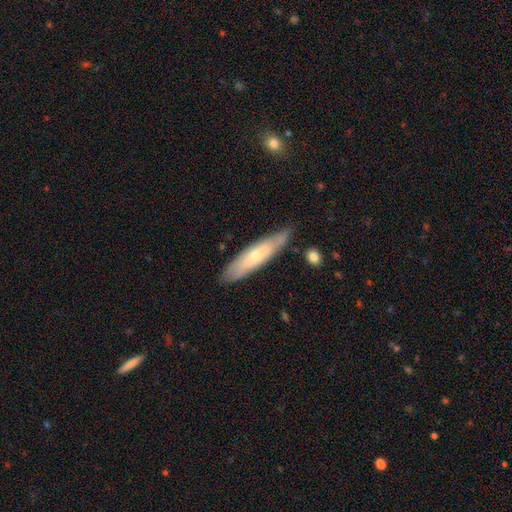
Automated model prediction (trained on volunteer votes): A smooth galaxy with no disk features (50%).

Vote fractions:
- Smooth or featured? smooth: 50% / featured or disk: 45% / star or artifact: 6%
- Merging? none: 81% / minor disturbance: 15% / major disturbance: 2% / merger: 2%